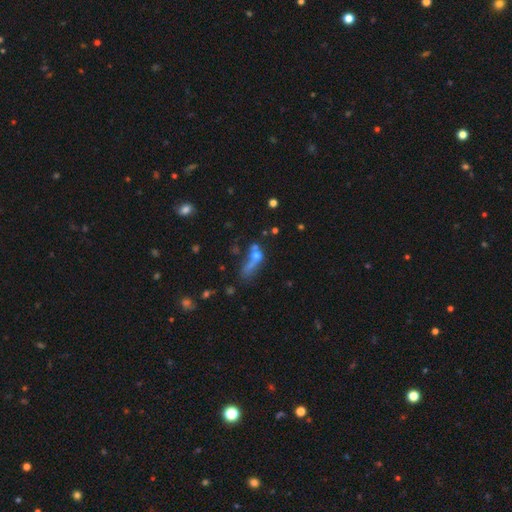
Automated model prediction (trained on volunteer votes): This appears to be a smooth galaxy with no disk features (50%) that is in between round and cigar-shaped (44%). Merging: merger (39%).